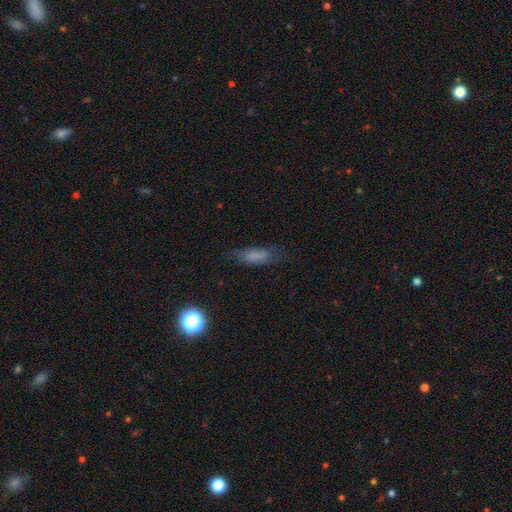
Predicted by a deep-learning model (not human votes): smooth 62%, featured or disk 25%, star or artifact 13%. Down the decision tree: how rounded — in between (60%); merging — none (58%).